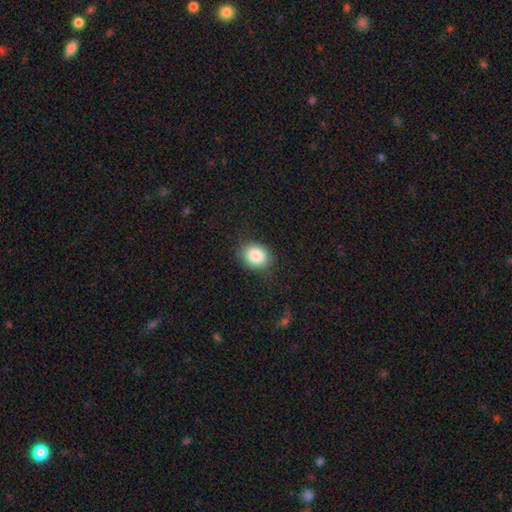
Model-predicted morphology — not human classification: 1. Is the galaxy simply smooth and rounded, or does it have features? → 86% smooth, 8% star or artifact, 6% featured or disk.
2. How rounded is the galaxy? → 53% round, 46% in between, 1% cigar-shaped.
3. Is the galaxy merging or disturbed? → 83% none, 12% minor disturbance, 4% major disturbance, 1% merger.